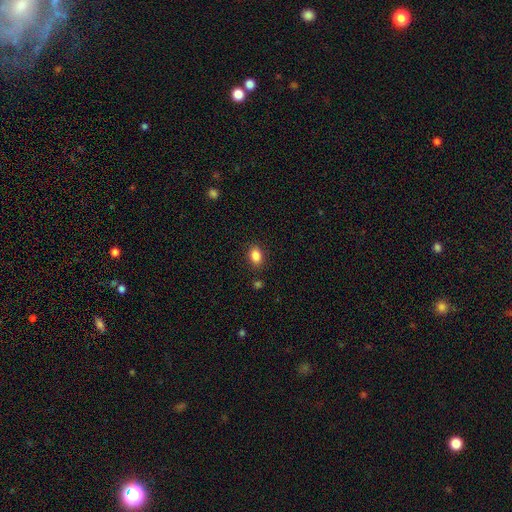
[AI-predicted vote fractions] Smooth or featured: smooth — 86% (star or artifact — 9%)
How rounded: in between — 80% (round — 18%)
Merging: none — 86% (minor disturbance — 9%)